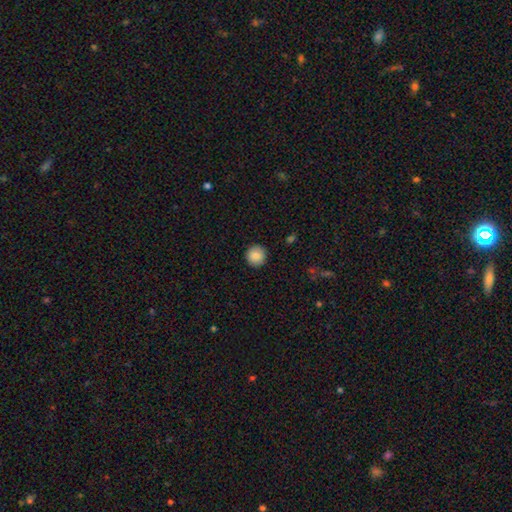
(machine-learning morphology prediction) The model was most divided on "smooth or featured": smooth: 87%, star or artifact: 8%, featured or disk: 4%. More confident: how rounded — round (94%); merging — none (92%).